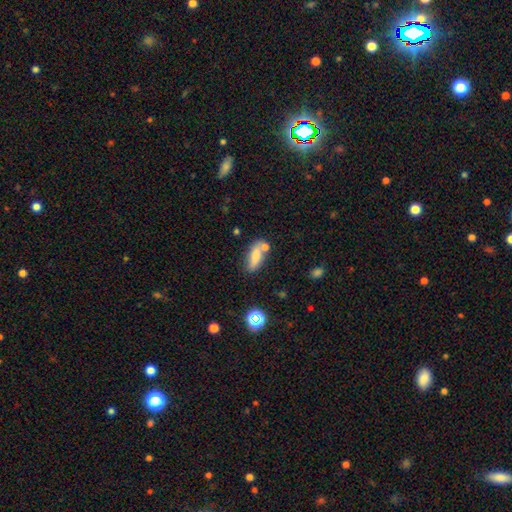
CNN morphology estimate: This is likely a smooth galaxy (77%). How rounded: likely in between (66%). Merging: possibly none (58%).